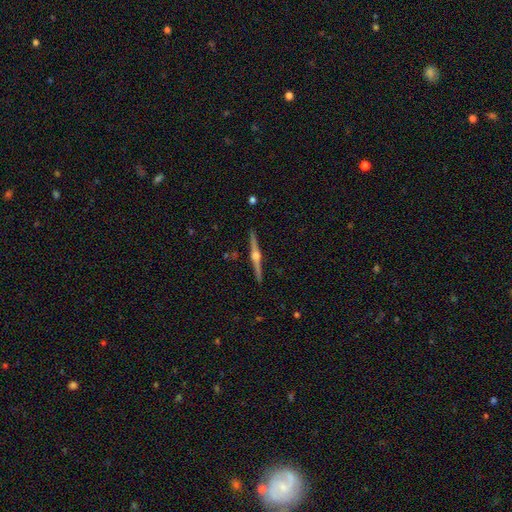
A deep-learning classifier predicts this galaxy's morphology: This appears to be a featured or disk galaxy (88%) viewed edge-on (99%) with a rounded central bulge (94%). Merging: none (93%).